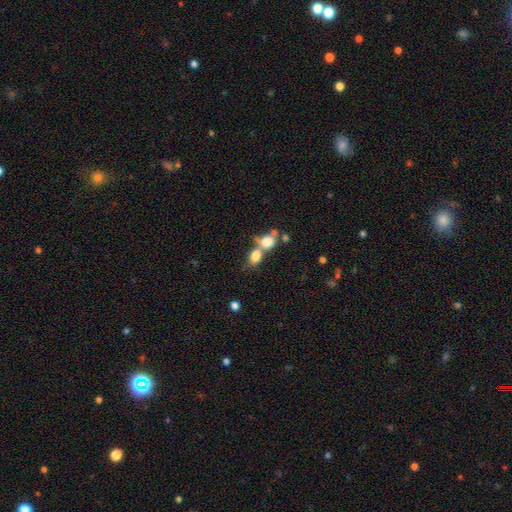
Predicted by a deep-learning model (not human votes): smooth-or-featured: smooth: 77% | featured or disk: 13% | star or artifact: 10%
  how-rounded: in between: 61% | round: 36% | cigar-shaped: 3%
  merging: merger: 61% | none: 26% | minor disturbance: 8% | major disturbance: 6%